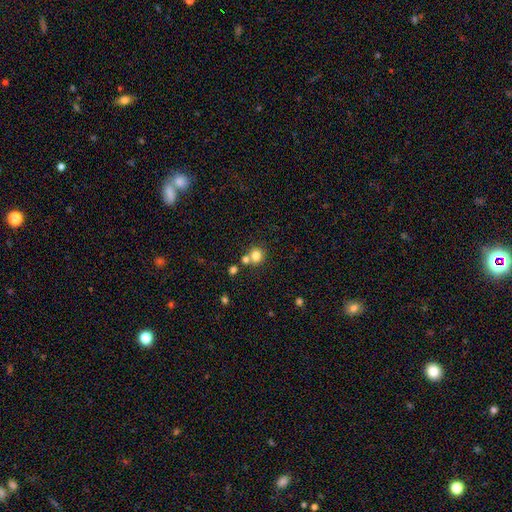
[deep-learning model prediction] smooth 79%, star or artifact 13%, featured or disk 8%. Down the decision tree: how rounded — round (87%); merging — none (60%).